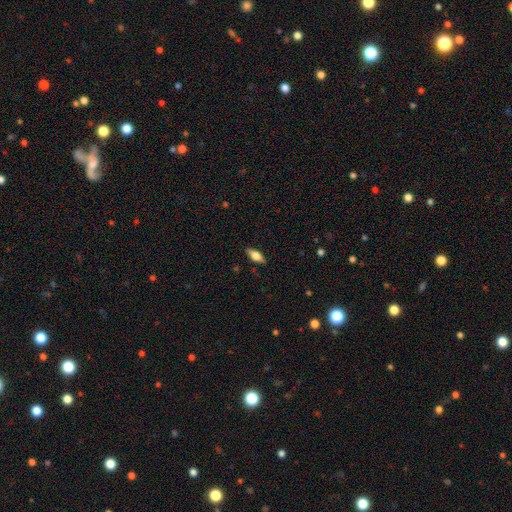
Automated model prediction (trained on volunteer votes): smooth_or_featured: smooth (p=0.57) [alt: featured or disk p=0.35]
how_rounded: in between (p=0.74) [alt: cigar-shaped p=0.22]
merging: none (p=0.88) [alt: minor disturbance p=0.09]